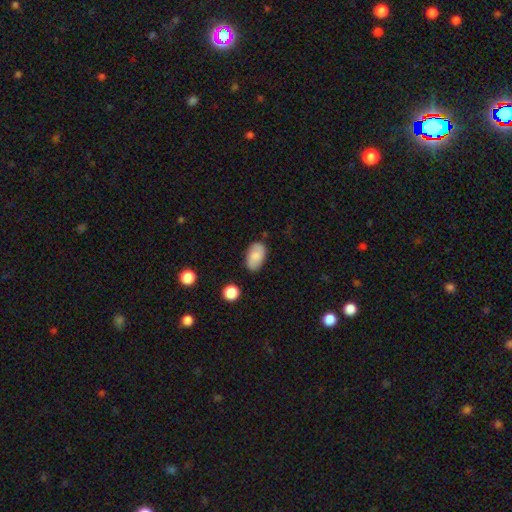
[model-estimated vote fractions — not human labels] smooth-or-featured: smooth: 76% | featured or disk: 16% | star or artifact: 8%
  how-rounded: in between: 92% | round: 6% | cigar-shaped: 1%
  merging: none: 79% | minor disturbance: 15% | major disturbance: 3% | merger: 2%